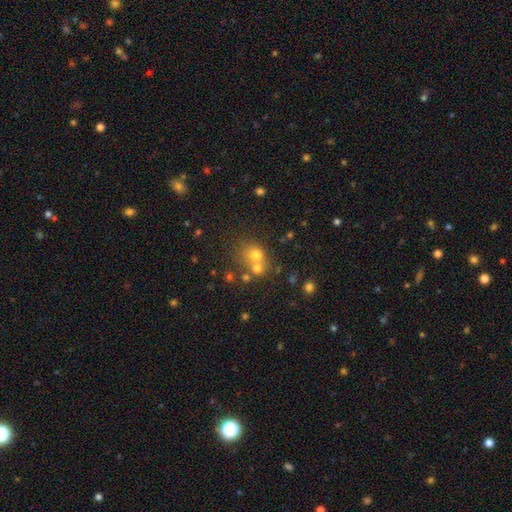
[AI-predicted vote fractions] Smooth or featured? smooth (67%)
How rounded? round (74%)
Merging? merger (44%)